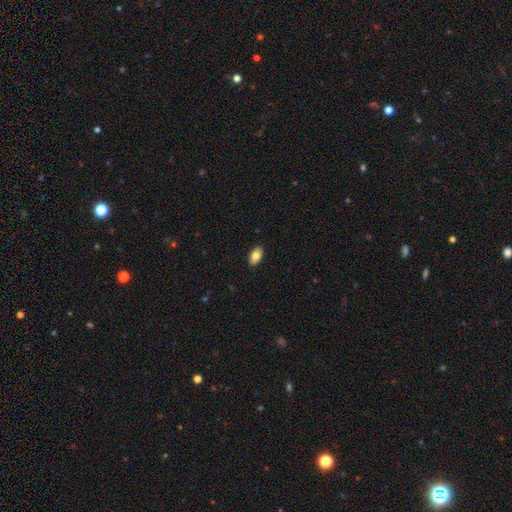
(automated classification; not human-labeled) Overall: smooth (81%). How rounded: in between (93%). Merging: none (90%).